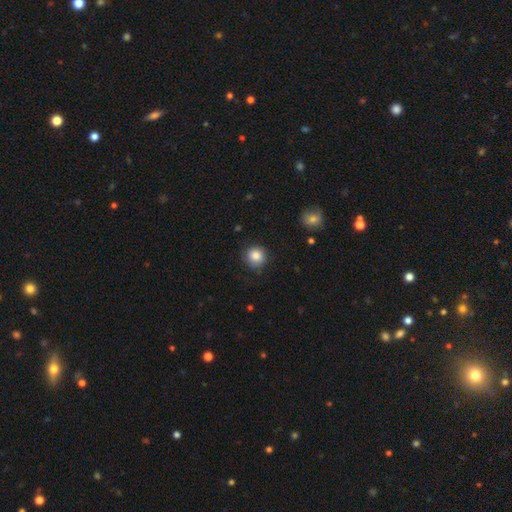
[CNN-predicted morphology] type=smooth (84%); roundness=round (93%); merging=none (83%).